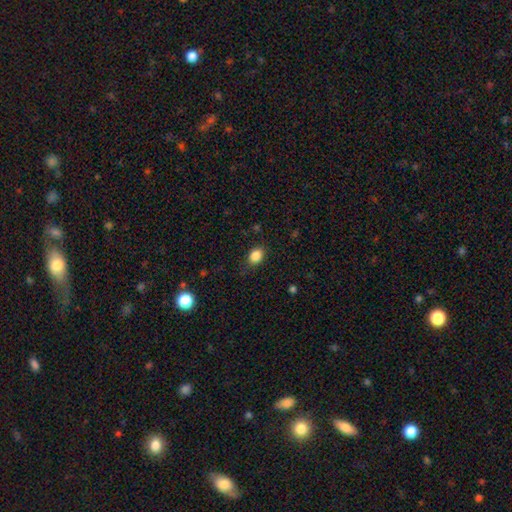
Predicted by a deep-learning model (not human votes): This appears to be a smooth galaxy with no disk features (86%) that is in between round and cigar-shaped (67%). Merging: none (81%).